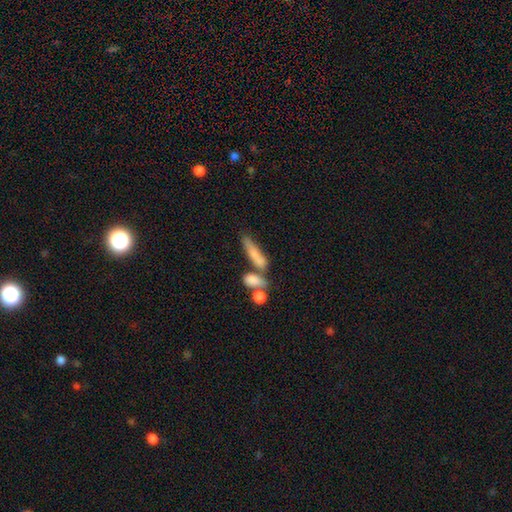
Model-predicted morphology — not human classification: type=smooth (74%); roundness=cigar-shaped (65%); merging=none (40%).